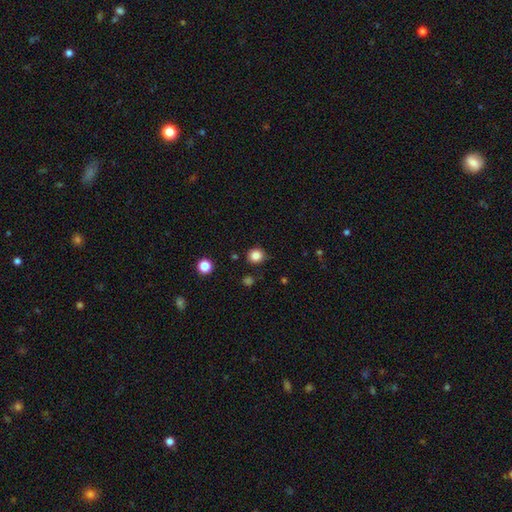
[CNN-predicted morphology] Smooth or featured?
  - smooth: 84% *
  - star or artifact: 12%
  - featured or disk: 4%
How rounded?
  - round: 89% *
  - in between: 10%
  - cigar-shaped: 1%
Merging?
  - none: 84% *
  - minor disturbance: 11%
  - major disturbance: 3%
  - merger: 2%